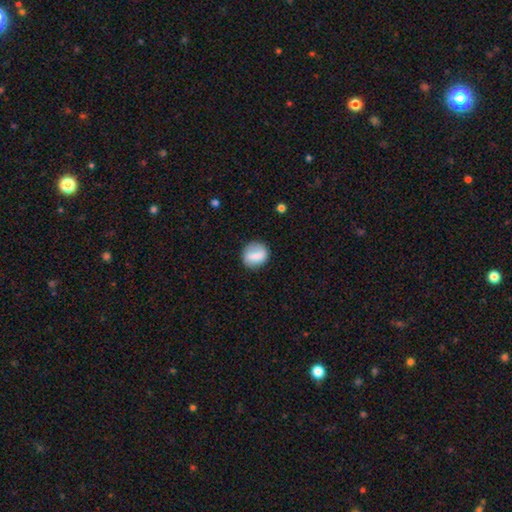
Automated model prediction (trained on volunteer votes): This is likely a smooth galaxy (74%). How rounded: likely round (73%). Merging: likely none (79%).